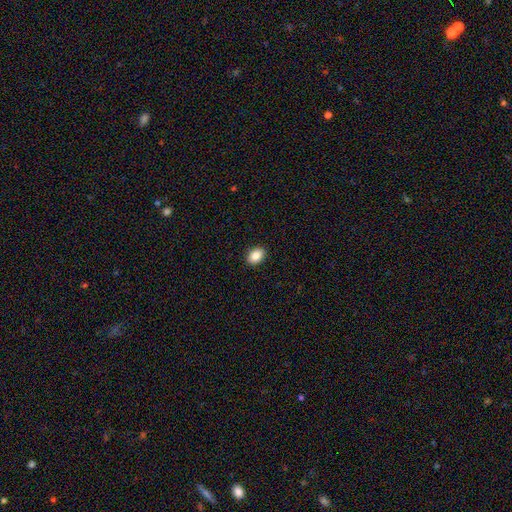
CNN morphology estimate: type=smooth (88%); roundness=in between (80%); merging=none (91%).